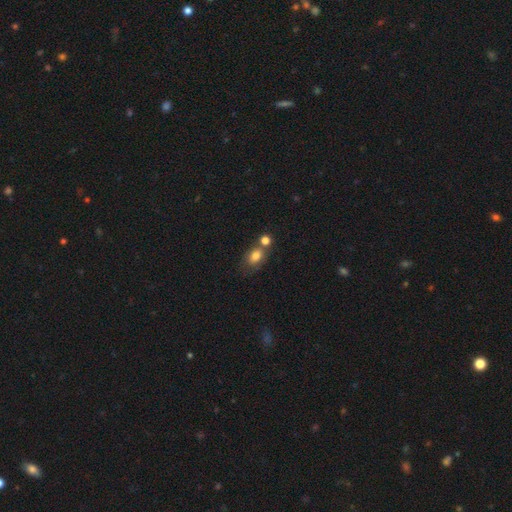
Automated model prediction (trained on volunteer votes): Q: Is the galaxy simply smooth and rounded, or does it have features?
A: smooth — 79%.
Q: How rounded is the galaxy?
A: in between — 74%.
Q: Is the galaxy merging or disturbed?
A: none — 48%.